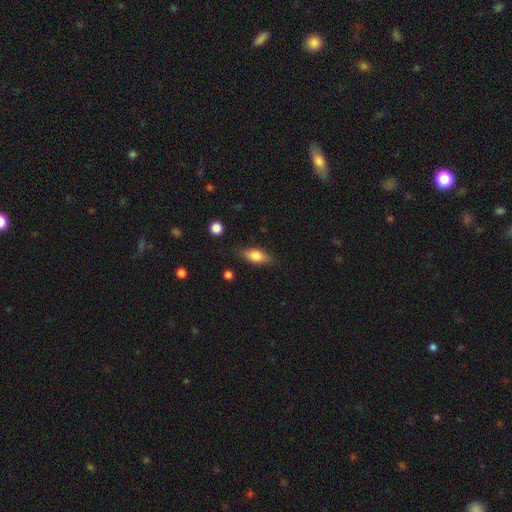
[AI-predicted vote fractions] A smooth galaxy with no disk features (72%) that is in between round and cigar-shaped (74%). Merging: none (80%).